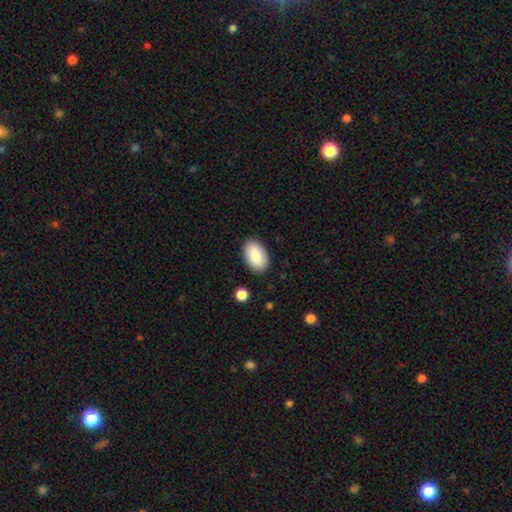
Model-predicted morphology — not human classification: A smooth galaxy with no disk features (85%) that is in between round and cigar-shaped (93%). Merging: none (87%).